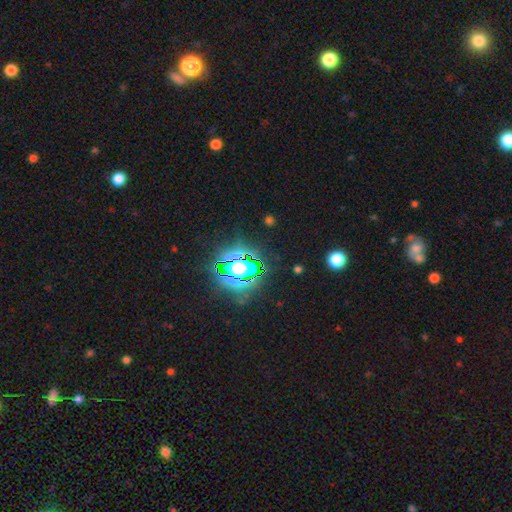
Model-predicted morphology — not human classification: This appears to be a star or artifact, not a galaxy (84%).